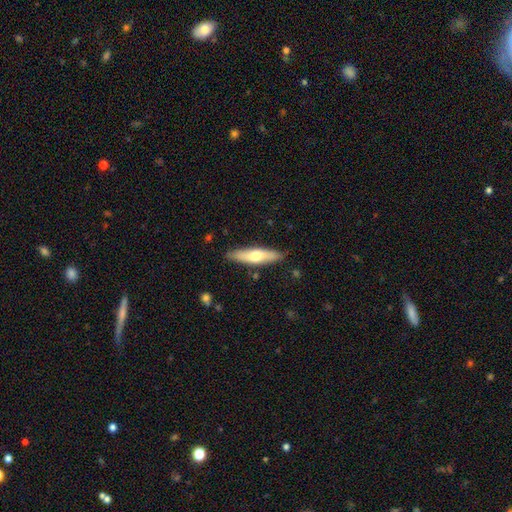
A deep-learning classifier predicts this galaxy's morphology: The model was most divided on "smooth or featured": smooth: 54%, featured or disk: 41%, star or artifact: 5%. More confident: merging — none (86%); how rounded — cigar-shaped (73%).